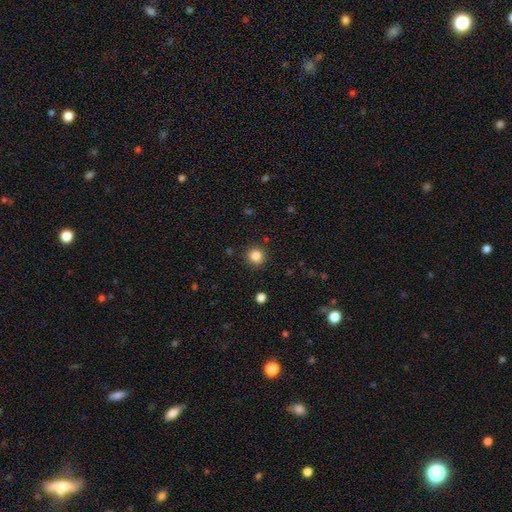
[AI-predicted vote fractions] smooth-or-featured: smooth: 83% | star or artifact: 12% | featured or disk: 5%
  how-rounded: round: 94% | in between: 5% | cigar-shaped: 1%
  merging: none: 91% | minor disturbance: 6% | major disturbance: 2% | merger: 1%